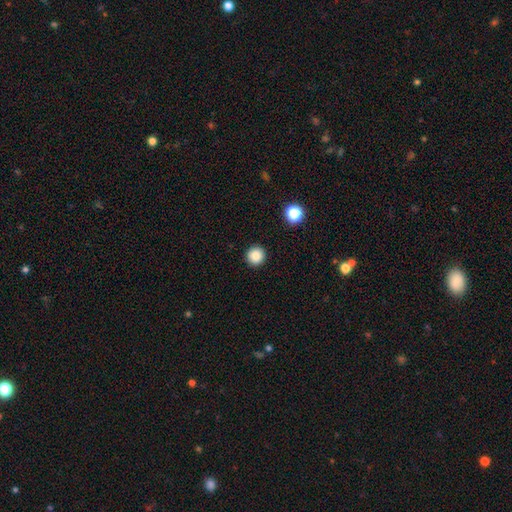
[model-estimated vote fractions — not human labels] A smooth galaxy with no disk features (85%) that is round (95%). Merging: none (93%).